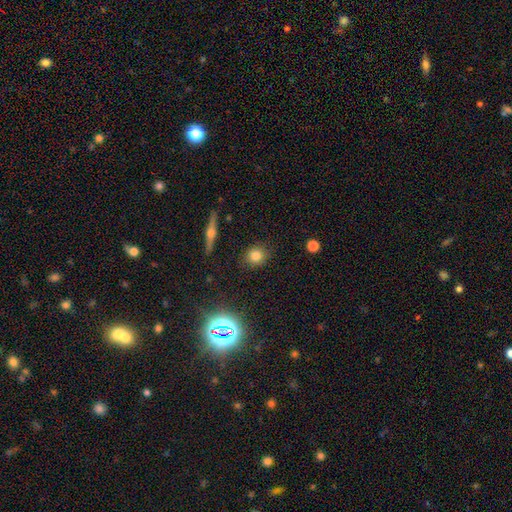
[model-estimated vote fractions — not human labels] smooth_or_featured: smooth (p=0.78) [alt: star or artifact p=0.13]
how_rounded: round (p=0.84) [alt: in between p=0.14]
merging: none (p=0.89) [alt: minor disturbance p=0.08]